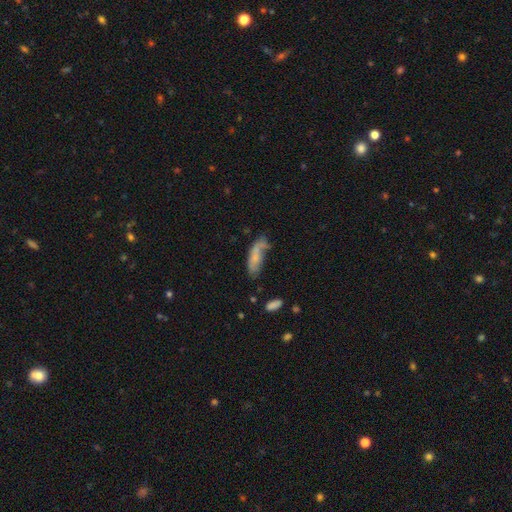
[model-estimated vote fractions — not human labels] The model was most divided on "merging": none: 39%, minor disturbance: 30%, major disturbance: 21%, merger: 10%. More confident: smooth or featured — smooth (62%); how rounded — in between (60%).